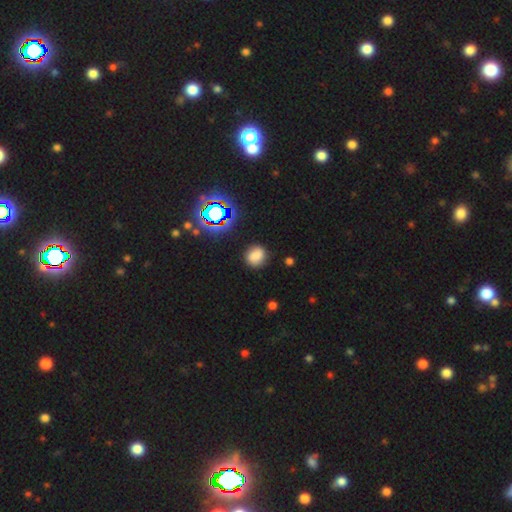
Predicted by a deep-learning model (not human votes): Smooth or featured: smooth — 76% (star or artifact — 17%)
How rounded: round — 73% (in between — 26%)
Merging: none — 83% (minor disturbance — 11%)